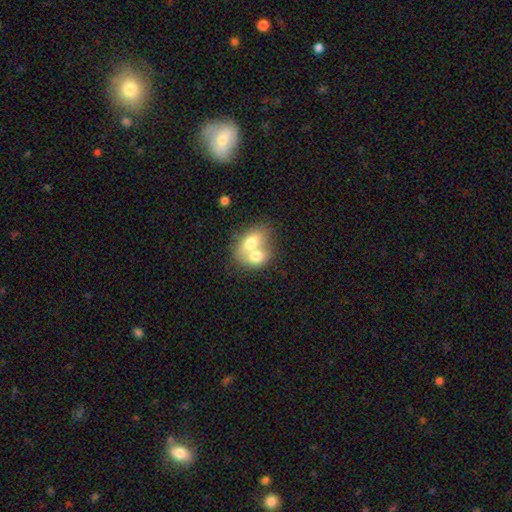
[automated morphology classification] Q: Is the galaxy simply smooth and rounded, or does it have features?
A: smooth — 68%.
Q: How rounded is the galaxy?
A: in between — 66%.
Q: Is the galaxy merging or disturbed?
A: merger — 75%.